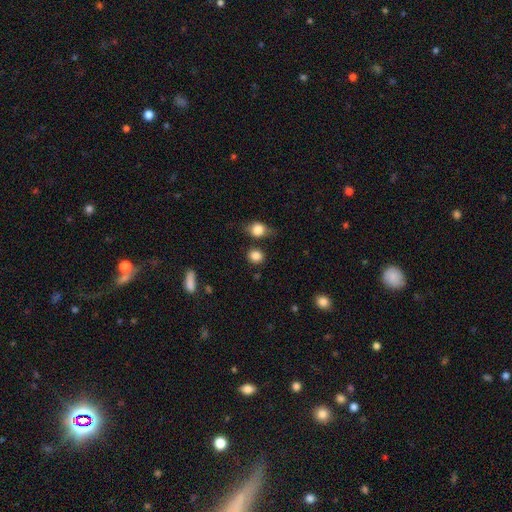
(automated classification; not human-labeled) This appears to be a smooth galaxy with no disk features (84%) that is round (69%). Merging: none (74%).